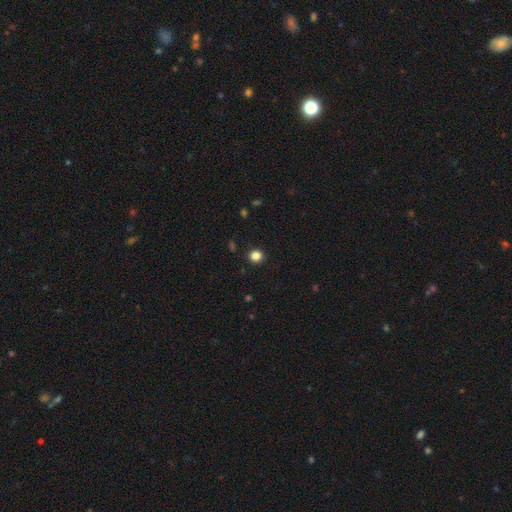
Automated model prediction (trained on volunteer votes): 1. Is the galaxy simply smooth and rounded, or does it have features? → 84% smooth, 12% star or artifact, 3% featured or disk.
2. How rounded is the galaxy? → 86% round, 13% in between, 1% cigar-shaped.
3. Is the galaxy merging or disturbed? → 92% none, 5% minor disturbance, 2% major disturbance, 1% merger.